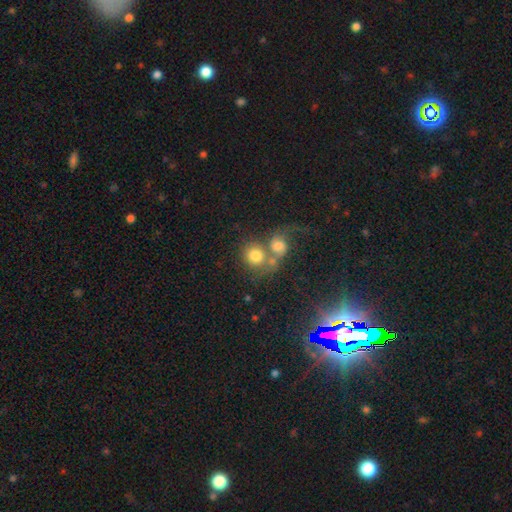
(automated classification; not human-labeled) Morphology: type=smooth (71%); roundness=round (81%); merging=merger (54%).